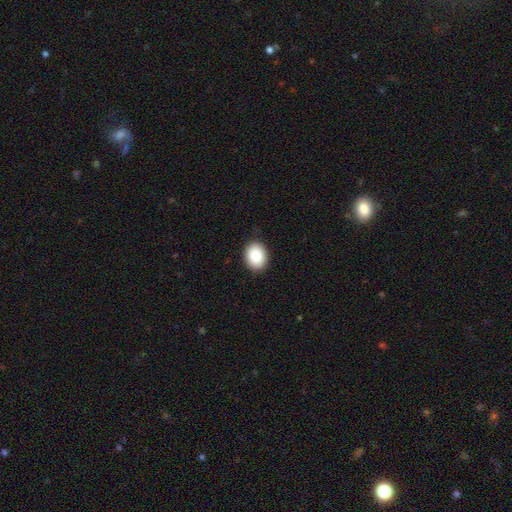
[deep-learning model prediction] Smooth or featured?
  - smooth: 88% *
  - star or artifact: 8%
  - featured or disk: 5%
How rounded?
  - in between: 61% *
  - round: 38%
  - cigar-shaped: 1%
Merging?
  - none: 90% *
  - minor disturbance: 7%
  - major disturbance: 2%
  - merger: 1%